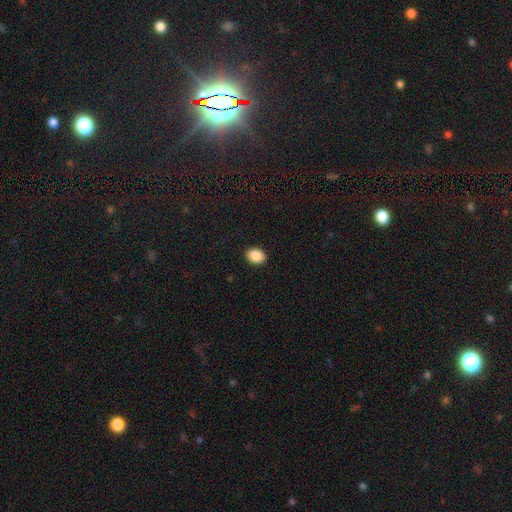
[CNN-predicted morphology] This is clearly a smooth galaxy (89%). How rounded: likely in between (73%). Merging: clearly none (91%).